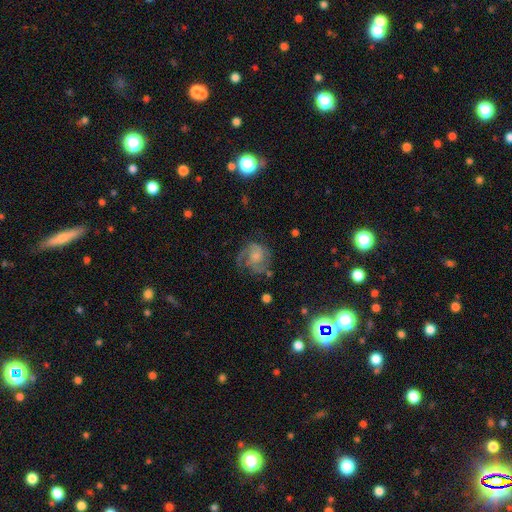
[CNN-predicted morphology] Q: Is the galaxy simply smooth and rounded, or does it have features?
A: featured or disk — 63%.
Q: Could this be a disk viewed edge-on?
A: no — 98%.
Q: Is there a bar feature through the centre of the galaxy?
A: no — 69%.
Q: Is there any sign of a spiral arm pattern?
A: yes — 83%.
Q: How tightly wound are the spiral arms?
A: medium — 46%.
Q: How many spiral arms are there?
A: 2 — 41%.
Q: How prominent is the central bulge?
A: small — 39%.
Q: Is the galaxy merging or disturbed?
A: none — 51%.